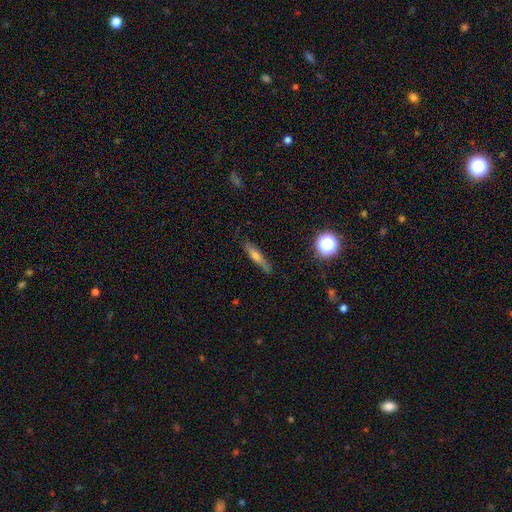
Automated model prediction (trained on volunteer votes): Smooth or featured? Predicted: smooth (p=0.50). Merging? Predicted: none (p=0.83).